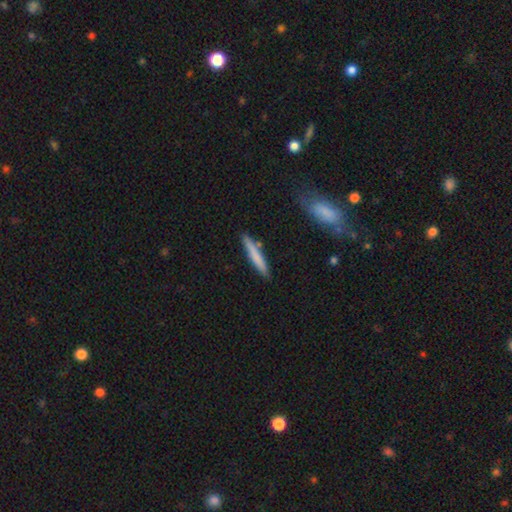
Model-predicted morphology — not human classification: Smooth or featured?
  - smooth: 72% *
  - featured or disk: 22%
  - star or artifact: 5%
How rounded?
  - cigar-shaped: 93% *
  - in between: 5%
  - round: 1%
Merging?
  - none: 84% *
  - minor disturbance: 10%
  - merger: 4%
  - major disturbance: 2%